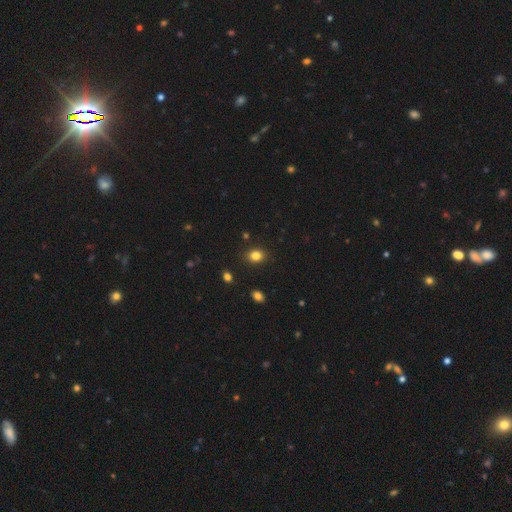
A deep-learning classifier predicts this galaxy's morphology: smooth-or-featured: smooth: 83% | star or artifact: 11% | featured or disk: 5%
  how-rounded: in between: 52% | round: 47% | cigar-shaped: 1%
  merging: none: 88% | minor disturbance: 8% | major disturbance: 2% | merger: 2%